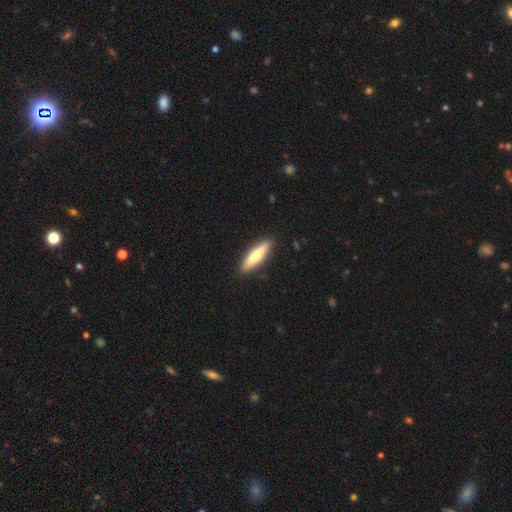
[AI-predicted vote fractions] Smooth or featured?
  - smooth: 60% *
  - featured or disk: 35%
  - star or artifact: 5%
How rounded?
  - cigar-shaped: 75% *
  - in between: 24%
  - round: 2%
Merging?
  - none: 90% *
  - minor disturbance: 7%
  - major disturbance: 2%
  - merger: 1%